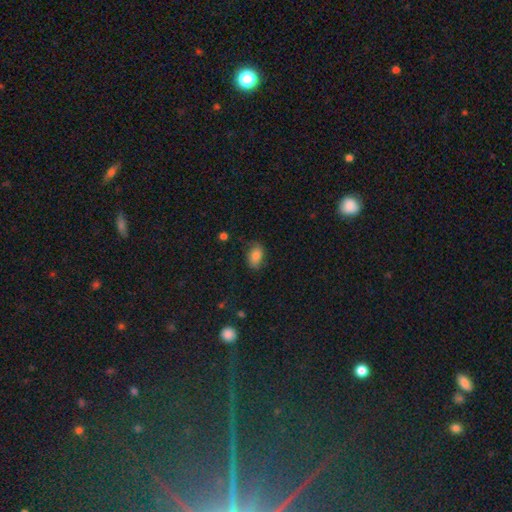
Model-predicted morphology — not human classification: This is likely a smooth galaxy (80%). How rounded: clearly in between (88%). Merging: likely none (74%).